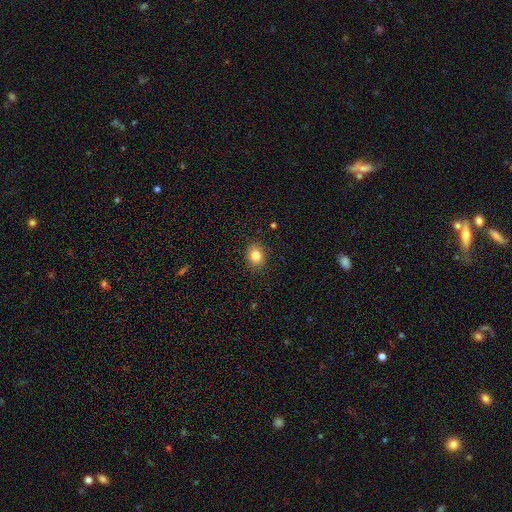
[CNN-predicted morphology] A smooth galaxy with no disk features (82%) that is round (63%). Merging: none (89%).